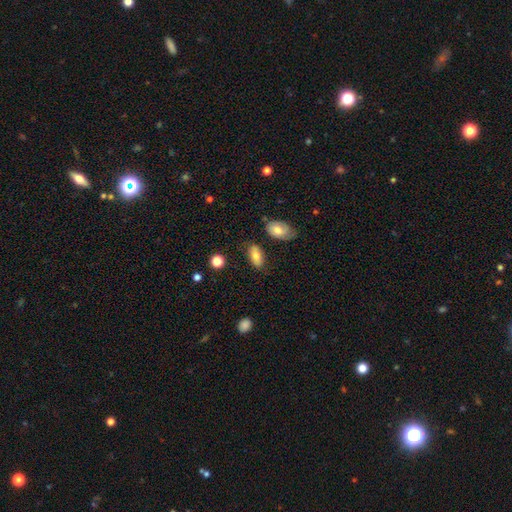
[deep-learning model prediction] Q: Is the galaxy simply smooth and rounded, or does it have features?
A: smooth — 76%.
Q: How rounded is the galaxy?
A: in between — 89%.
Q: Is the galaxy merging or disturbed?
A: none — 77%.